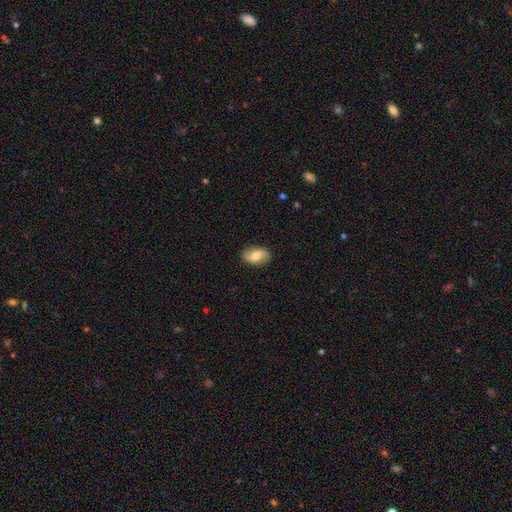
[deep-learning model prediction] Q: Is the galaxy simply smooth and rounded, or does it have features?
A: smooth — 54%.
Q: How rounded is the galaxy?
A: in between — 88%.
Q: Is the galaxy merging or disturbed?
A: none — 87%.